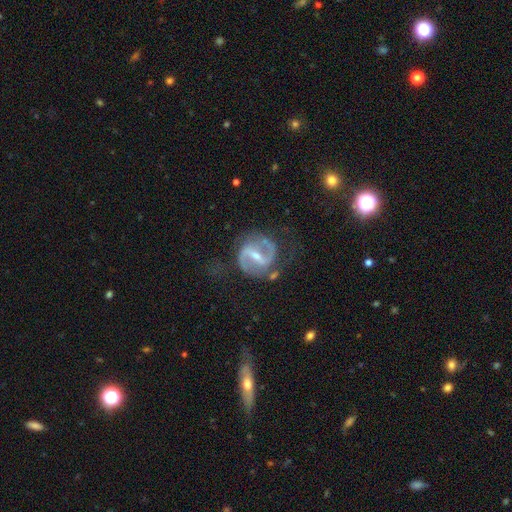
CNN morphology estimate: Overall: featured or disk (88%). Edge-on disk: no (97%). Bar: strong (64%; weak 28%). Spiral arms: yes (94%). Spiral arm count: 2 (91%). Spiral winding: medium (54%; loose 26%). Bulge size: small (57%; moderate 38%). Merging: none (70%).